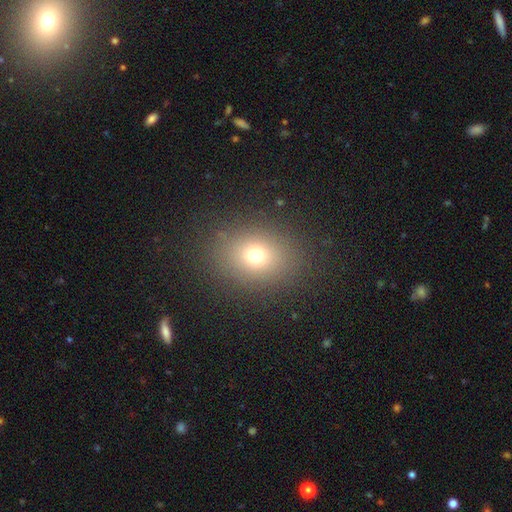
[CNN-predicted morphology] Q: Smooth or featured?
A: smooth (70%); runner-up: star or artifact (19%)
Q: How rounded?
A: round (59%); runner-up: in between (40%)
Q: Merging?
A: none (85%); runner-up: minor disturbance (8%)